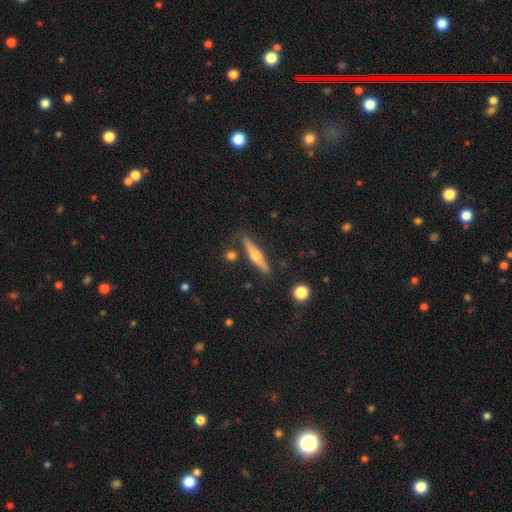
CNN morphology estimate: smooth-or-featured: featured or disk: 61% | smooth: 32% | star or artifact: 6%
  disk-edge-on: yes: 96% | no: 4%
    edge-on-bulge: rounded: 92% | none: 5% | boxy: 3%
  merging: none: 83% | minor disturbance: 10% | merger: 4% | major disturbance: 2%